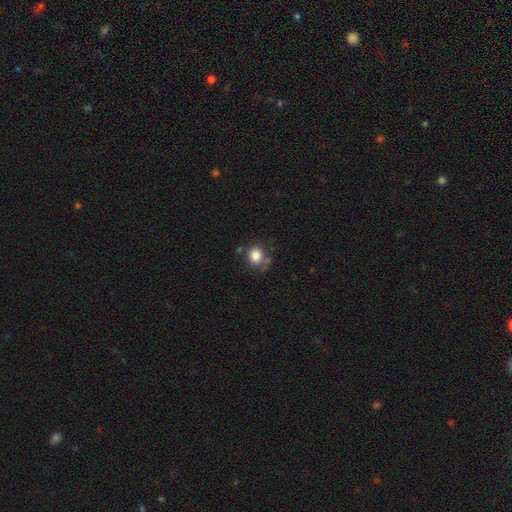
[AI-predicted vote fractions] The model was most divided on "how rounded": round: 68%, in between: 31%, cigar-shaped: 1%. More confident: smooth or featured — smooth (83%); merging — none (63%).